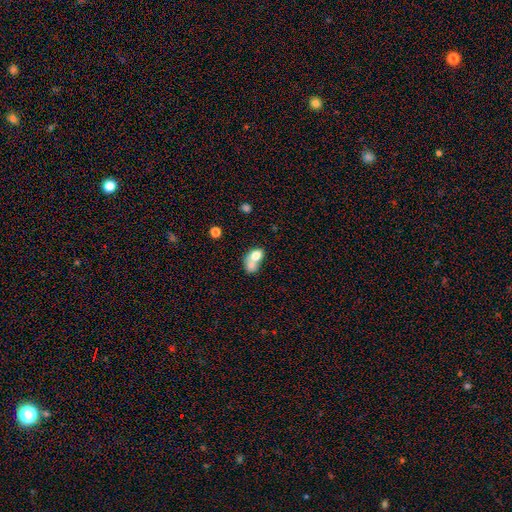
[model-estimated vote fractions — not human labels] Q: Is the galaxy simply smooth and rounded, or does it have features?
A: smooth — 70%.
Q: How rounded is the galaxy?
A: in between — 69%.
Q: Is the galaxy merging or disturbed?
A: merger — 66%.